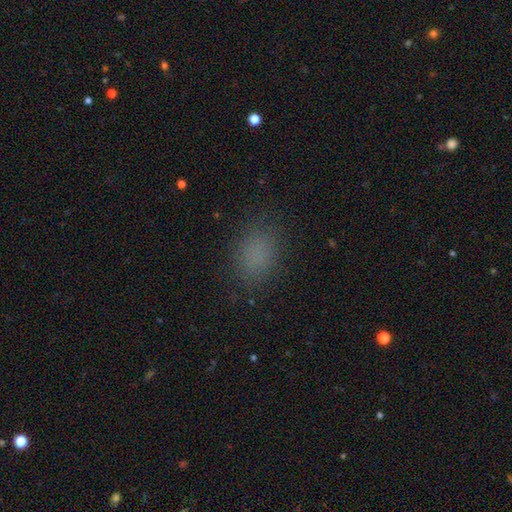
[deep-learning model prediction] smooth_or_featured: smooth (p=0.80) [alt: star or artifact p=0.15]
how_rounded: in between (p=0.68) [alt: round p=0.30]
merging: none (p=0.83) [alt: minor disturbance p=0.12]